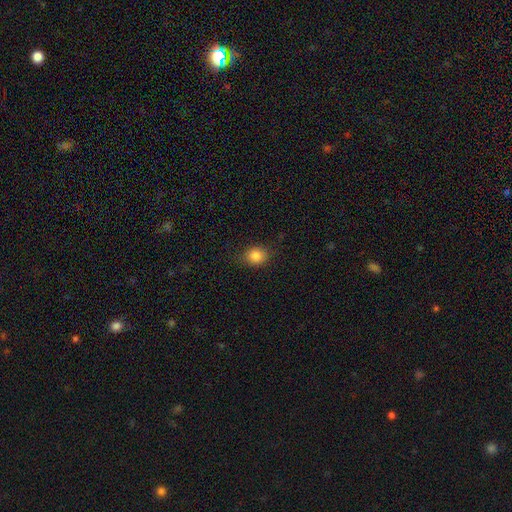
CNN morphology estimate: A smooth galaxy with no disk features (84%) that is round (65%). Merging: none (81%).